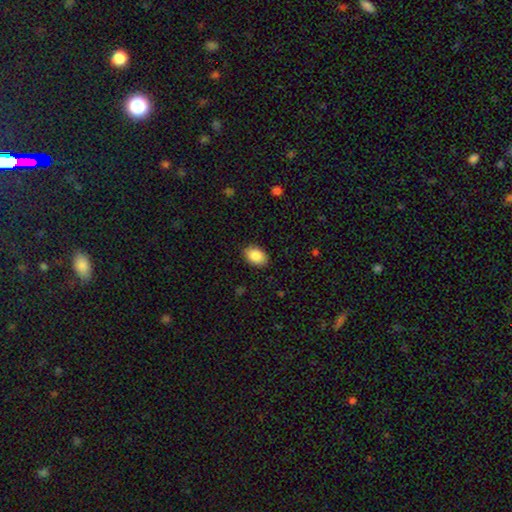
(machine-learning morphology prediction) type=smooth (89%); roundness=in between (88%); merging=none (88%).